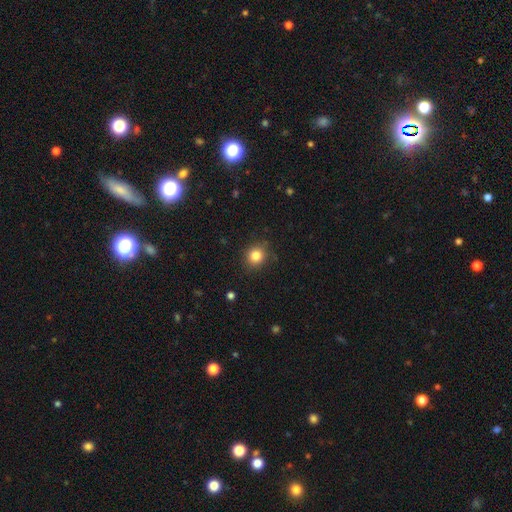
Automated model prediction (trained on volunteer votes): Overall: smooth (83%). How rounded: round (85%). Merging: none (86%).